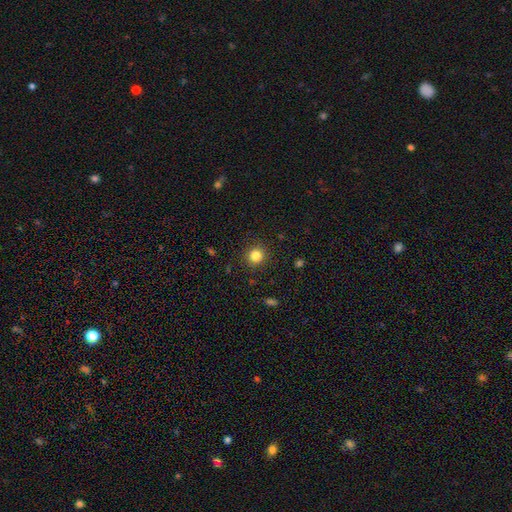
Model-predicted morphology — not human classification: Smooth or featured? smooth (83%)
How rounded? round (92%)
Merging? none (90%)